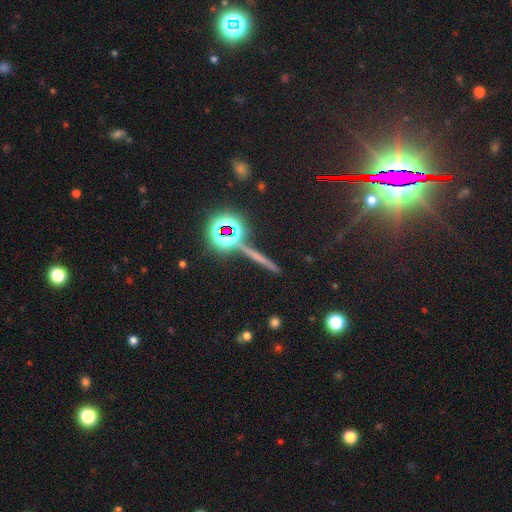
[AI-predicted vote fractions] smooth-or-featured: star or artifact: 41% | smooth: 30% | featured or disk: 29%